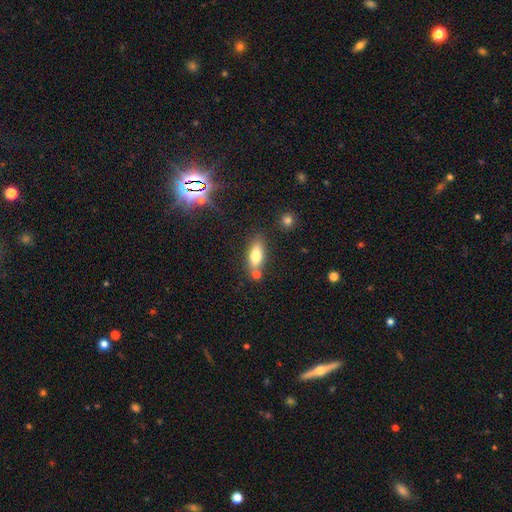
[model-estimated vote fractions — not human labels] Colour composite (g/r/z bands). It shows a smooth galaxy with no disk features (74%) that is in between round and cigar-shaped (76%). Merging: none (68%).